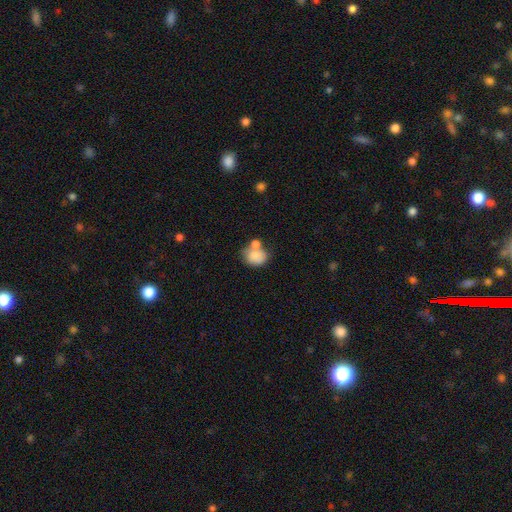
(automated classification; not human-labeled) The model was most divided on "merging": merger: 39%, none: 38%, minor disturbance: 16%, major disturbance: 7%. More confident: smooth or featured — smooth (78%); how rounded — round (54%).